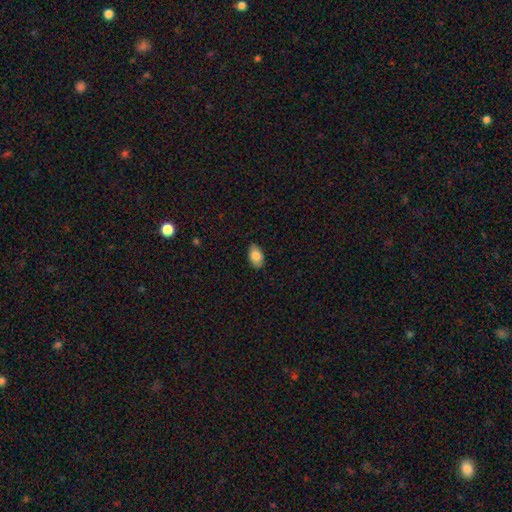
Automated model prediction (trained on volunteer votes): smooth 84%, featured or disk 9%, star or artifact 7%. Down the decision tree: how rounded — in between (92%); merging — none (85%).